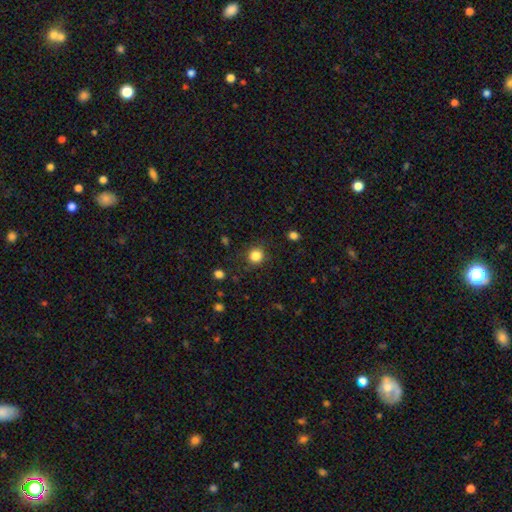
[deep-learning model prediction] Smooth or featured? smooth (84%)
How rounded? round (90%)
Merging? none (87%)